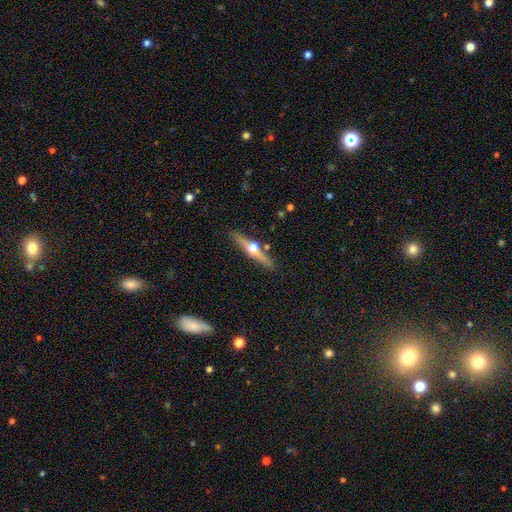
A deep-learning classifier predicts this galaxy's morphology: A featured or disk galaxy (70%) viewed edge-on (97%) with a rounded central bulge (95%). Merging: none (85%).